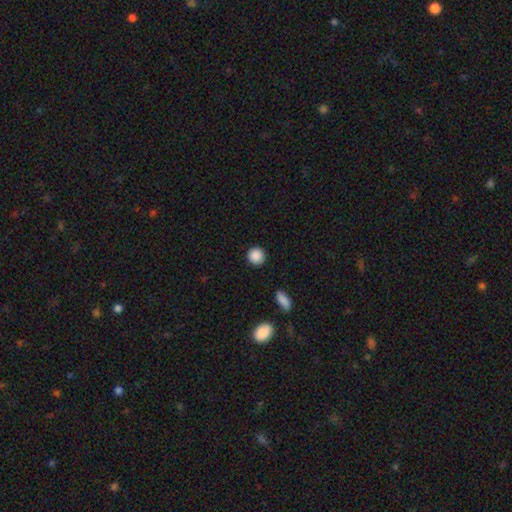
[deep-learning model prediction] Smooth or featured? Predicted: smooth (p=0.88). How rounded? Predicted: round (p=0.94). Merging? Predicted: none (p=0.91).